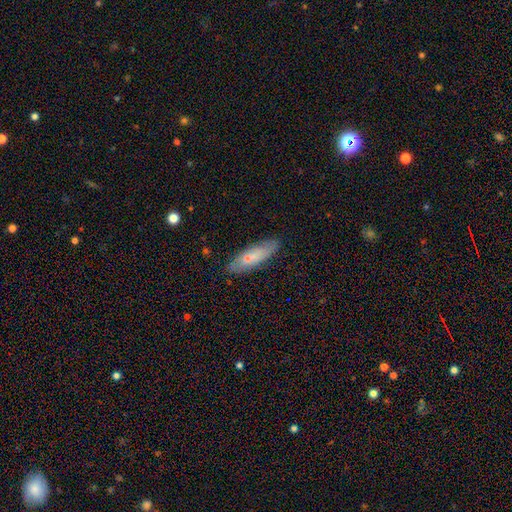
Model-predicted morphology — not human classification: Smooth or featured? Predicted: smooth (p=0.57). How rounded? Predicted: cigar-shaped (p=0.56). Merging? Predicted: none (p=0.82).